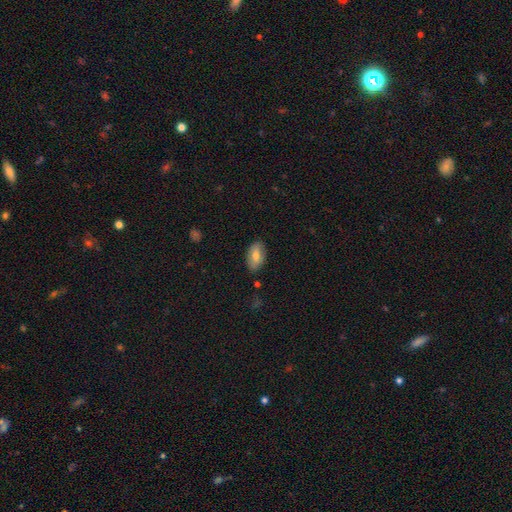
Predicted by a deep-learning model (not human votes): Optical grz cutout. It shows a smooth galaxy with no disk features (70%) that is in between round and cigar-shaped (93%). Merging: none (83%).